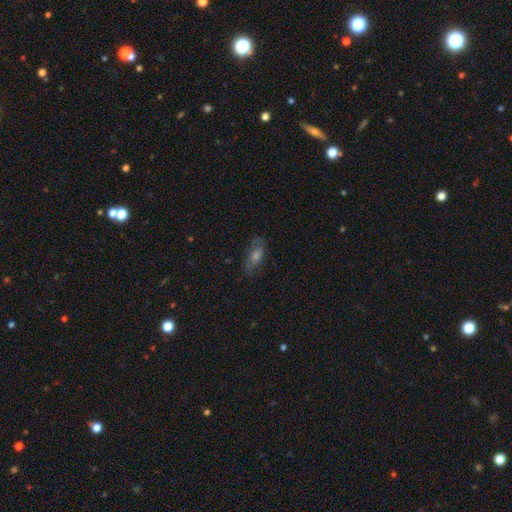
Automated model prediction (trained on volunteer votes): The model was most divided on "smooth or featured": featured or disk: 46%, smooth: 38%, star or artifact: 15%. More confident: merging — none (76%).